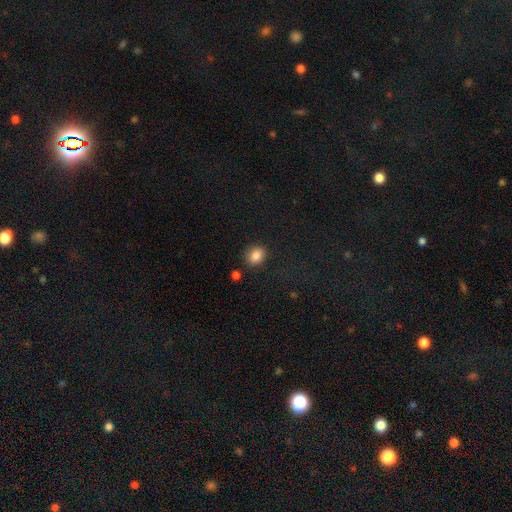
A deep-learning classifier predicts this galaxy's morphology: smooth 85%, star or artifact 10%, featured or disk 5%. Down the decision tree: how rounded — round (61%); merging — none (84%).